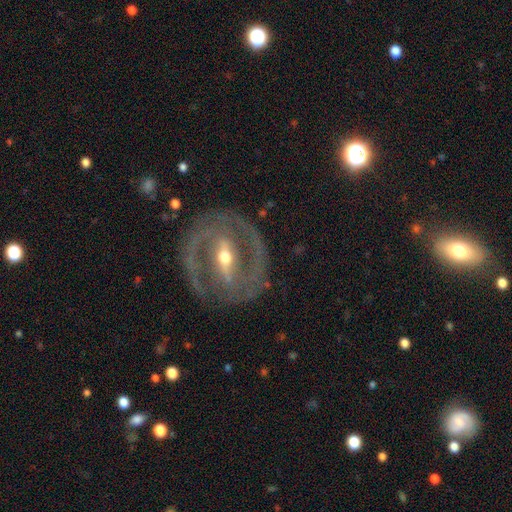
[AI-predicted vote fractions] Overall: featured or disk (86%). Edge-on disk: no (92%). Bar: strong (63%; weak 26%). Spiral arms: yes (84%). Spiral arm count: 2 (75%). Spiral winding: tight (54%; medium 36%). Bulge size: moderate (50%; small 45%). Merging: none (78%).